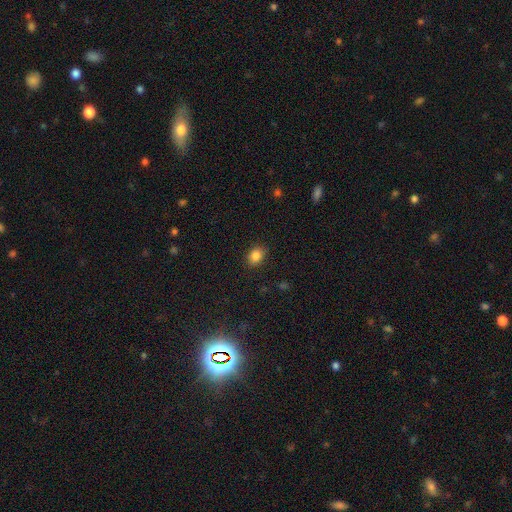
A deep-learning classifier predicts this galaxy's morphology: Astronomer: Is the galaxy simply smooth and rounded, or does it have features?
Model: smooth — 85%.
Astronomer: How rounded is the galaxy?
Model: in between — 62%.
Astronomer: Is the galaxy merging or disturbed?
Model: none — 88%.